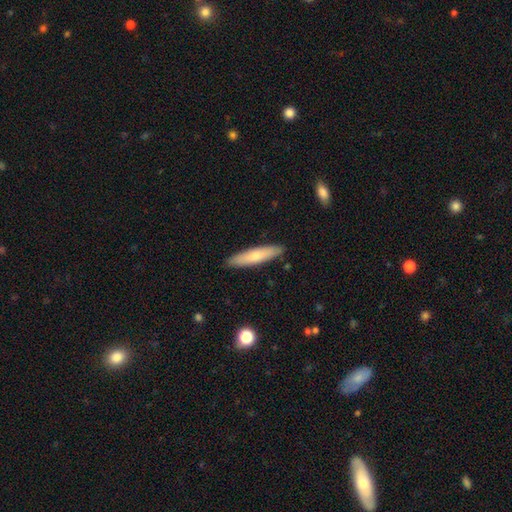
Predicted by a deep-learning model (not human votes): A smooth galaxy with no disk features (67%) that is cigar-shaped (82%). Merging: none (89%).